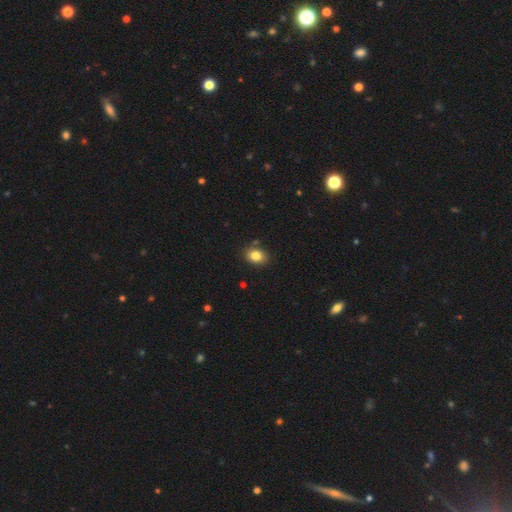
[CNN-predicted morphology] Smooth or featured? smooth (84%)
How rounded? in between (60%)
Merging? none (85%)